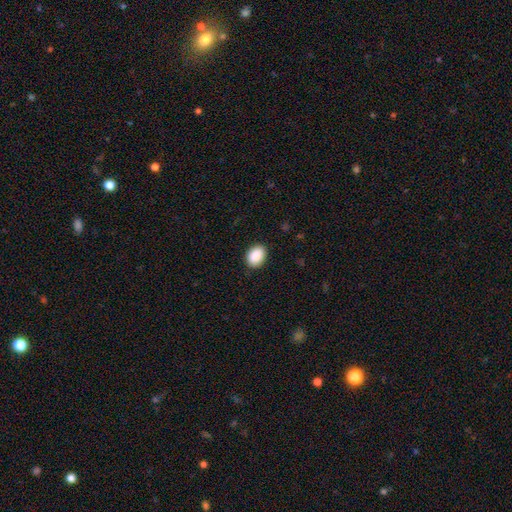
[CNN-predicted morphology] smooth 90%, star or artifact 7%, featured or disk 3%. Down the decision tree: how rounded — in between (75%); merging — none (89%).